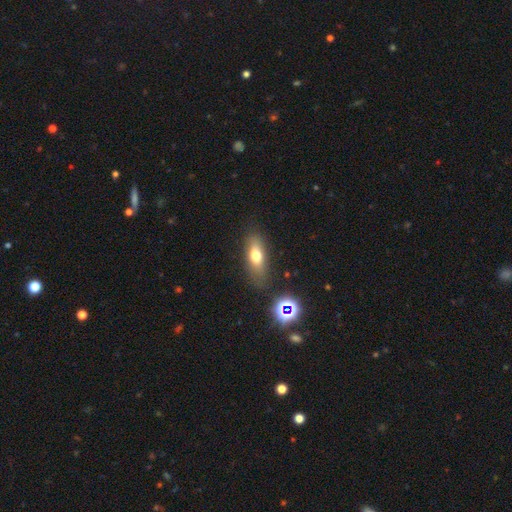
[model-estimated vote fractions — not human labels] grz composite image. It shows a smooth galaxy with no disk features (67%) that is in between round and cigar-shaped (69%). Merging: none (75%).